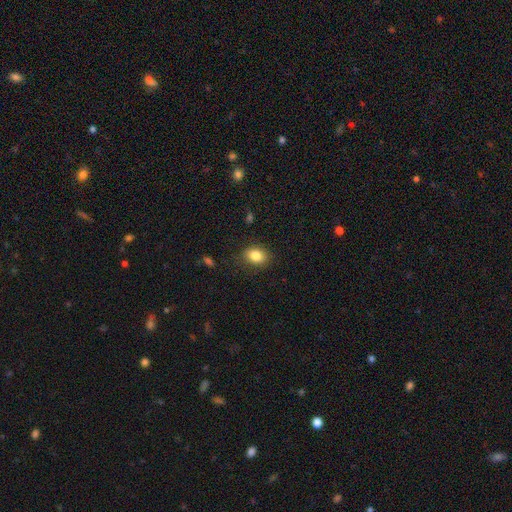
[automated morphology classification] smooth_or_featured: smooth (p=0.84) [alt: star or artifact p=0.09]
how_rounded: in between (p=0.71) [alt: round p=0.27]
merging: none (p=0.83) [alt: minor disturbance p=0.13]